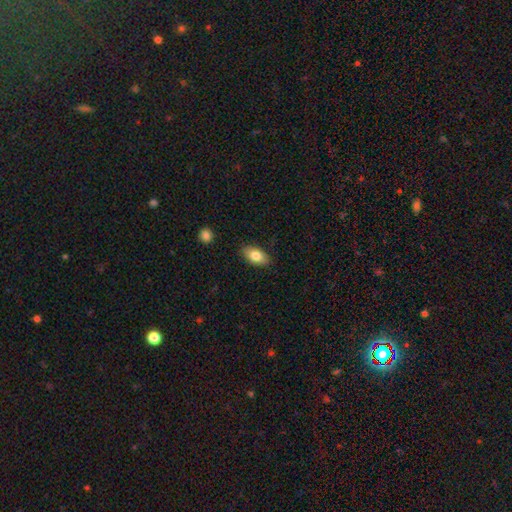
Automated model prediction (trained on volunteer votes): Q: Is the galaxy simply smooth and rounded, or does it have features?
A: smooth — 81%.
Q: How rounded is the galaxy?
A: in between — 91%.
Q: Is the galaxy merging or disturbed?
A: none — 87%.